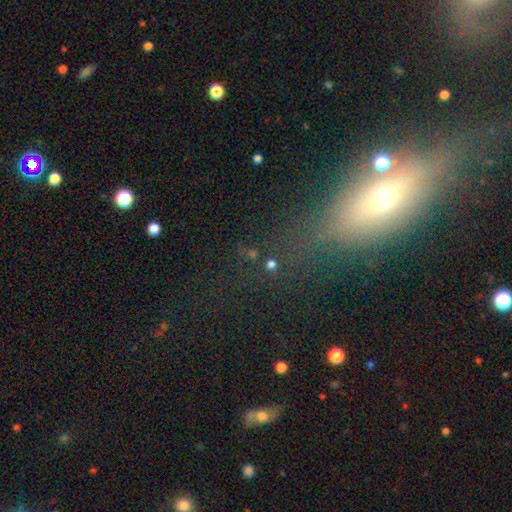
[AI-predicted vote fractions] A smooth galaxy with no disk features (42%). Merging: none (62%).